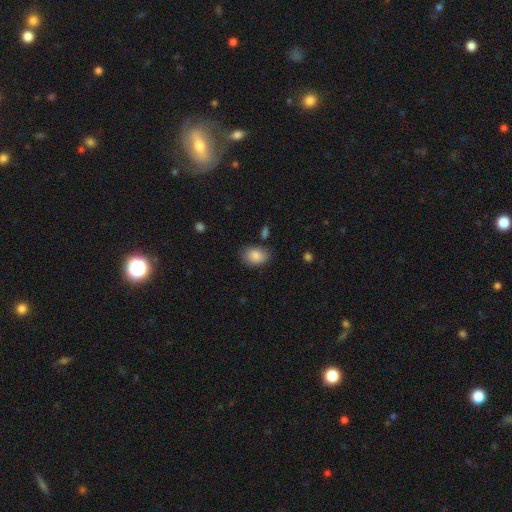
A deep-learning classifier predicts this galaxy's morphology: A smooth galaxy with no disk features (86%) that is in between round and cigar-shaped (76%). Merging: none (78%).